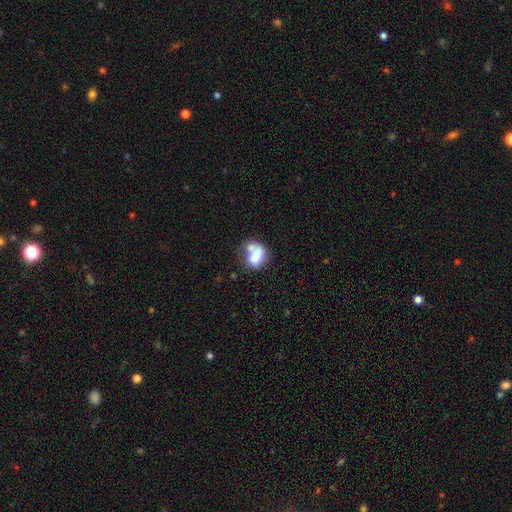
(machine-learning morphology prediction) Smooth or featured: smooth — 62% (featured or disk — 29%)
How rounded: in between — 56% (round — 42%)
Merging: merger — 44% (none — 27%)